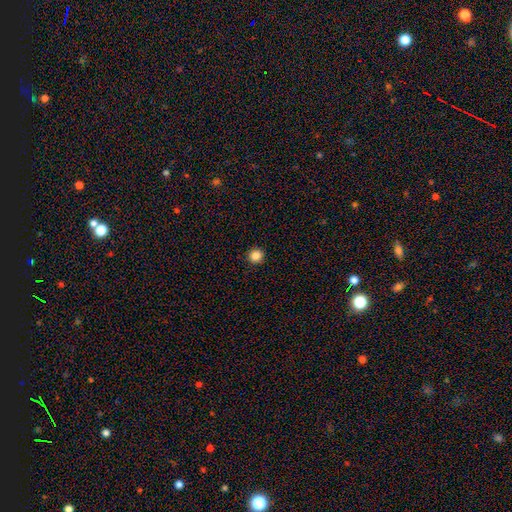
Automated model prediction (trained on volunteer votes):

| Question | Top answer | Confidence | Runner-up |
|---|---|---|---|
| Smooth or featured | smooth | 85% | star or artifact (11%) |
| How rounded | round | 95% | in between (4%) |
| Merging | none | 94% | minor disturbance (4%) |